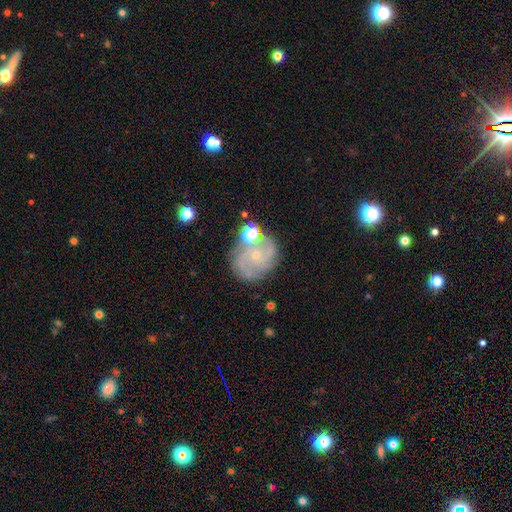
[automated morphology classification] A featured or disk galaxy (82%) with no bar (71%), 2 (38%) tight (46%) spiral arms (96%) and a small central bulge (75%).

Vote fractions:
- Smooth or featured? featured or disk: 82% / smooth: 10% / star or artifact: 8%
- Edge-on disk? no: 98% / yes: 2%
- Bar? no: 71% / weak: 24% / strong: 5%
- Spiral arms? yes: 96% / no: 4%
- Spiral winding? tight: 46% / medium: 43% / loose: 10%
- Spiral arm count? 2: 38% / 3: 31% / can't tell: 15% / 4: 7% / 1: 5% / more than 4: 4%
- Bulge size? small: 75% / moderate: 21% / none: 2% / large: 1% / dominant: 1%
- Merging? none: 68% / minor disturbance: 17% / merger: 9% / major disturbance: 6%